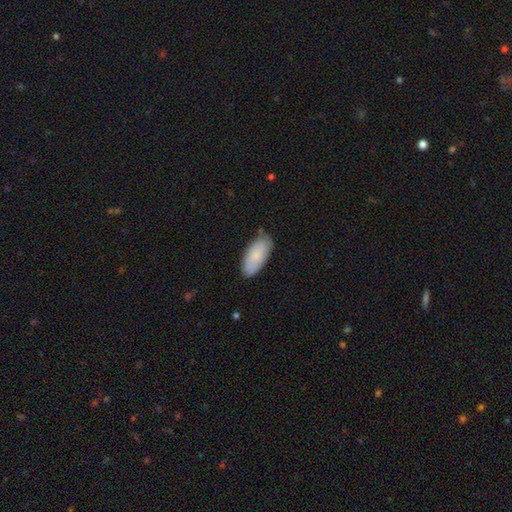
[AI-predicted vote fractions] Overall: smooth (79%). How rounded: in between (91%). Merging: none (76%).